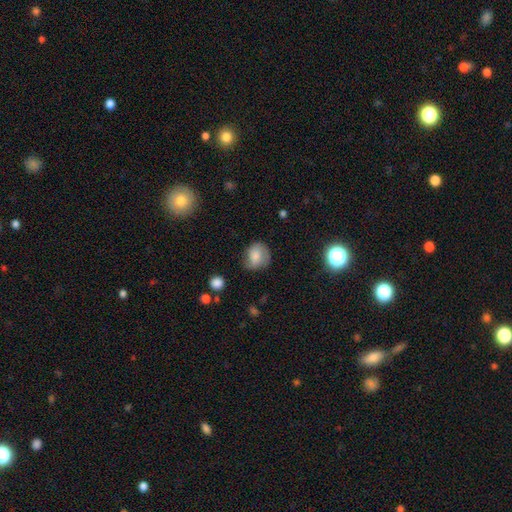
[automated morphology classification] Smooth or featured? Predicted: smooth (p=0.66). How rounded? Predicted: round (p=0.64). Merging? Predicted: none (p=0.60).